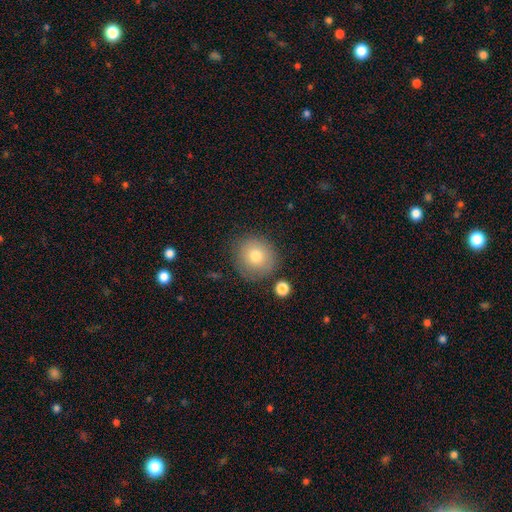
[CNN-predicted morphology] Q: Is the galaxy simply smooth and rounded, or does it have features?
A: smooth — 78%.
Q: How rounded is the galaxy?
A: round — 90%.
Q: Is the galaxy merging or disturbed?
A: none — 81%.